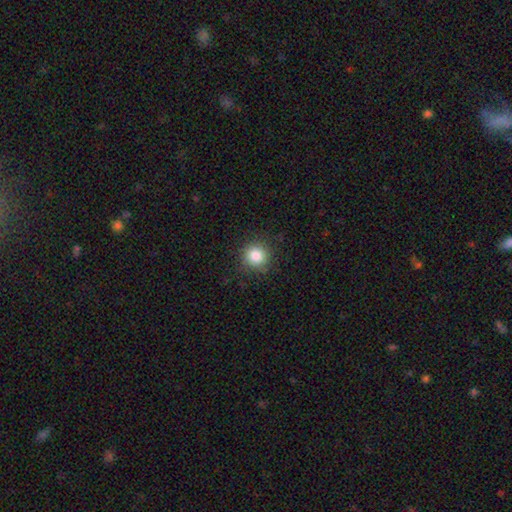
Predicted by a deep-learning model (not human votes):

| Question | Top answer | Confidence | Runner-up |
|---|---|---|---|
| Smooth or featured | smooth | 84% | star or artifact (11%) |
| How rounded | round | 93% | in between (6%) |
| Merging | none | 87% | minor disturbance (9%) |